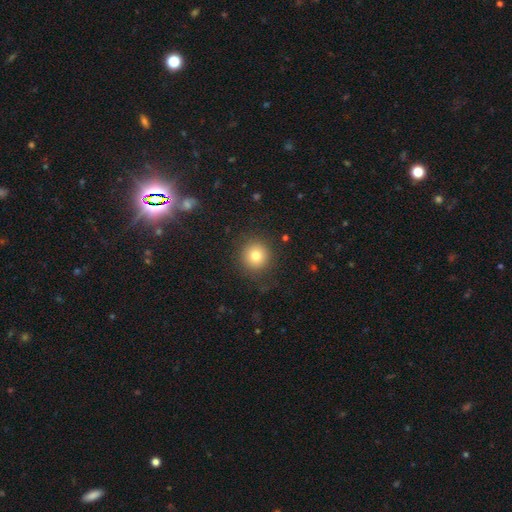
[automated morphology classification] smooth 79%, star or artifact 12%, featured or disk 9%. Down the decision tree: how rounded — round (93%); merging — none (85%).